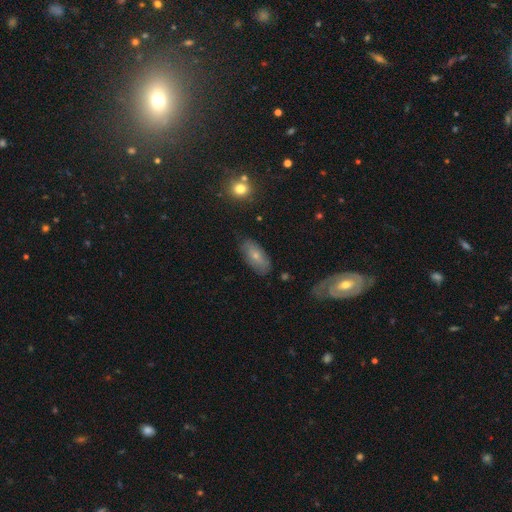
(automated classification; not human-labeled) The model was most divided on "smooth or featured": smooth: 62%, featured or disk: 30%, star or artifact: 7%. More confident: how rounded — in between (87%); merging — none (74%).